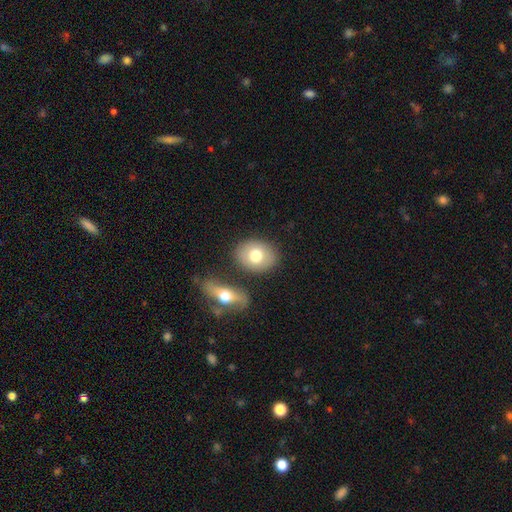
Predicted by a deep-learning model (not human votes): A smooth galaxy with no disk features (72%) that is in between round and cigar-shaped (64%). Merging: none (75%).